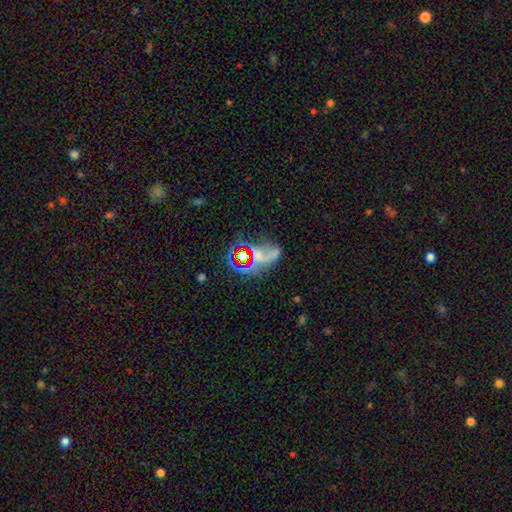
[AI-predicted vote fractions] smooth_or_featured: featured or disk (p=0.40) [alt: star or artifact p=0.37]
merging: major disturbance (p=0.33) [alt: none p=0.29]